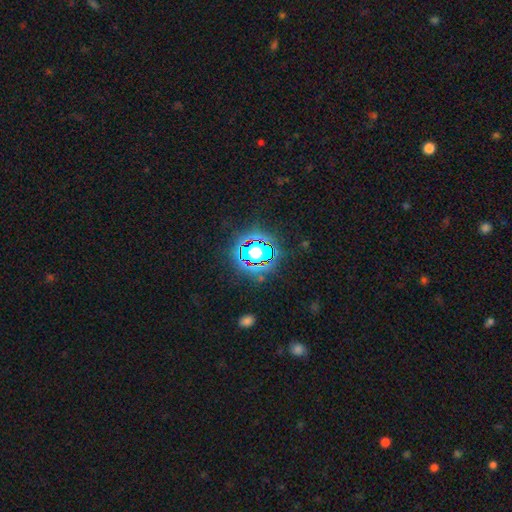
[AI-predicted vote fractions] Q: Smooth or featured?
A: star or artifact (79%); runner-up: smooth (13%)